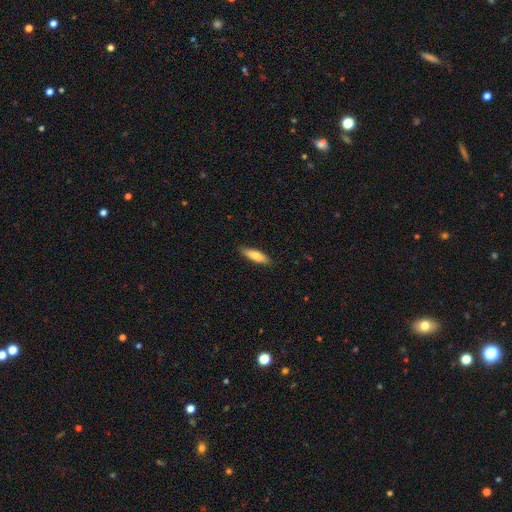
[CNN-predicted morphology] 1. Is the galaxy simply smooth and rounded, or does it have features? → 80% smooth, 14% featured or disk, 6% star or artifact.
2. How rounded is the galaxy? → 60% cigar-shaped, 38% in between, 2% round.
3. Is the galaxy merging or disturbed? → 87% none, 10% minor disturbance, 2% major disturbance, 1% merger.